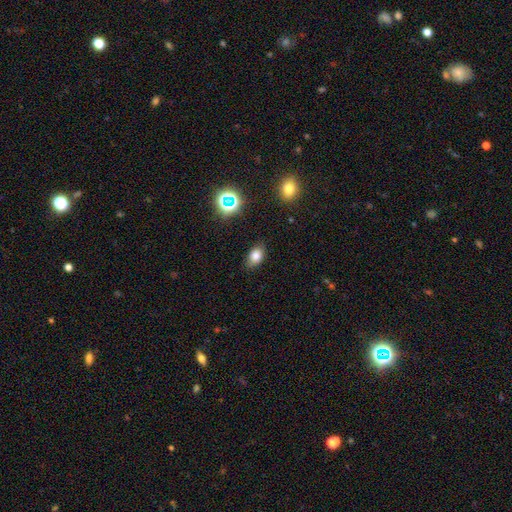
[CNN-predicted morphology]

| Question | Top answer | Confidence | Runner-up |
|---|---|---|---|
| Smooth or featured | smooth | 78% | star or artifact (13%) |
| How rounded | in between | 86% | round (12%) |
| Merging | none | 85% | minor disturbance (11%) |